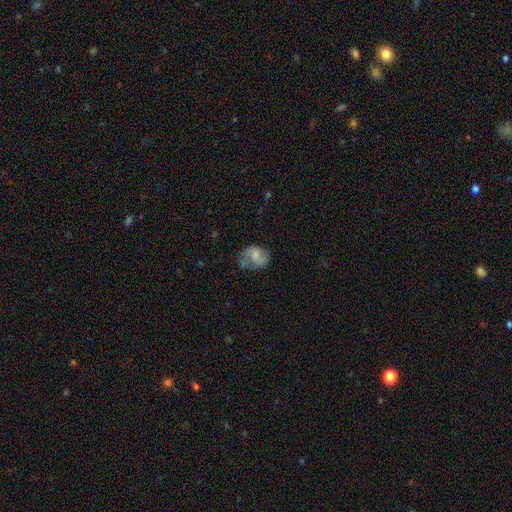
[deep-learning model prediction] Smooth or featured?
  - smooth: 46% * (tied)
  - featured or disk: 46% * (tied)
  - star or artifact: 8%
Merging?
  - none: 47% *
  - minor disturbance: 30%
  - major disturbance: 17%
  - merger: 6%